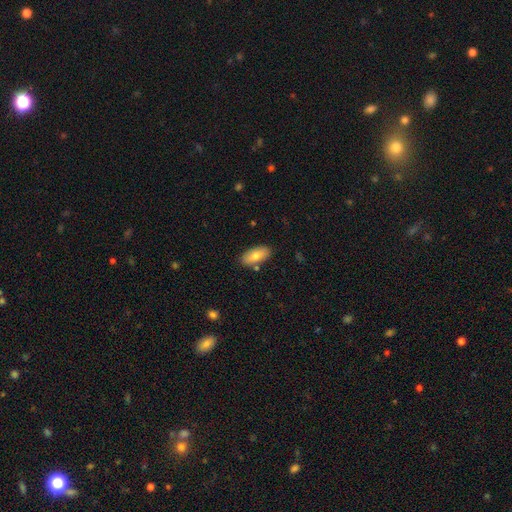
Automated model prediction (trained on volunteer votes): smooth 75%, featured or disk 18%, star or artifact 7%. Down the decision tree: how rounded — in between (90%); merging — none (83%).